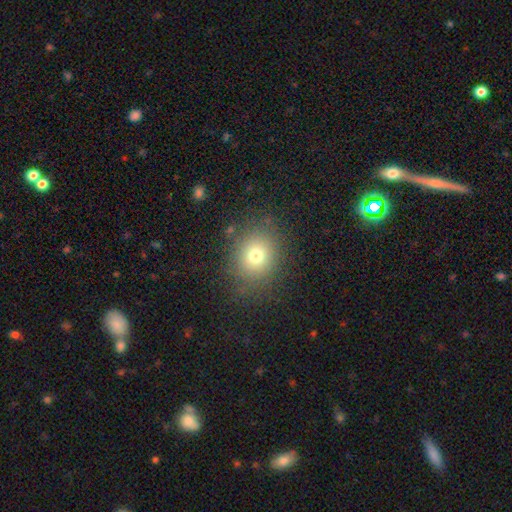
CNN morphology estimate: Smooth or featured?
  - smooth: 73% *
  - star or artifact: 16%
  - featured or disk: 11%
How rounded?
  - round: 69% *
  - in between: 30%
  - cigar-shaped: 1%
Merging?
  - none: 82% *
  - minor disturbance: 11%
  - major disturbance: 5%
  - merger: 2%